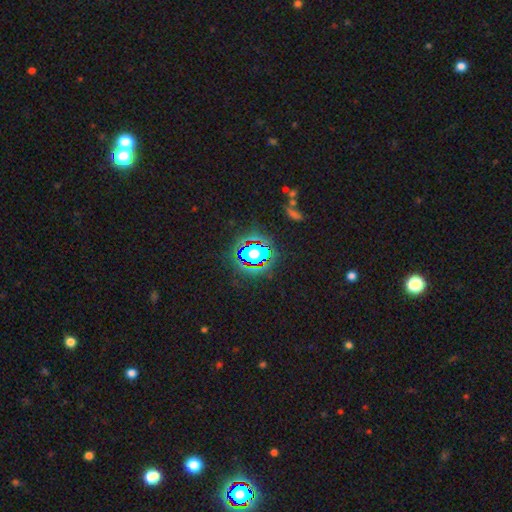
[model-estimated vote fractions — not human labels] Smooth or featured?
  - star or artifact: 82% *
  - smooth: 11%
  - featured or disk: 8%